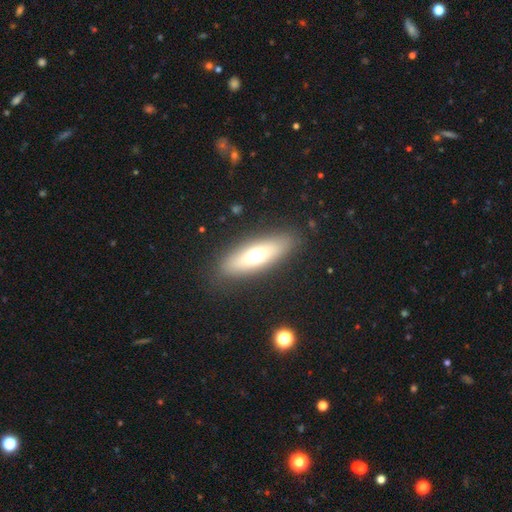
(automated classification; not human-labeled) smooth-or-featured: smooth: 59% | featured or disk: 33% | star or artifact: 8%
  how-rounded: in between: 53% | cigar-shaped: 43% | round: 4%
  merging: none: 87% | minor disturbance: 9% | major disturbance: 3% | merger: 1%